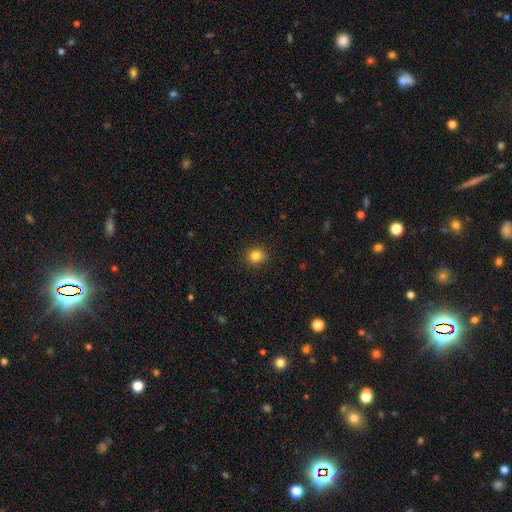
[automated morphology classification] smooth 83%, star or artifact 12%, featured or disk 5%. Down the decision tree: how rounded — round (84%); merging — none (90%).